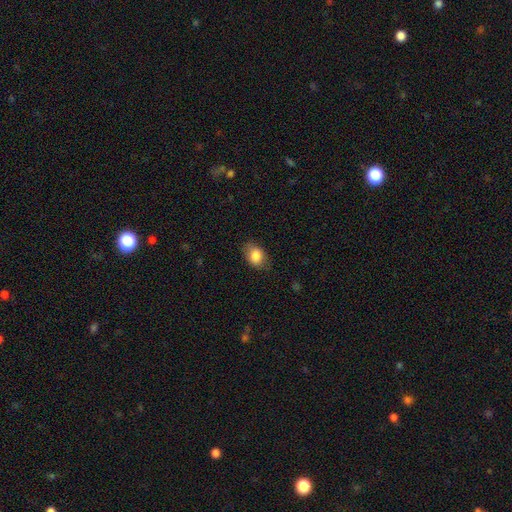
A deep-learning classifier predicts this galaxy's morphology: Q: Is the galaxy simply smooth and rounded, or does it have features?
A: smooth — 84%.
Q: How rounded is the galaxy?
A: in between — 73%.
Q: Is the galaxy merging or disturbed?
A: none — 79%.